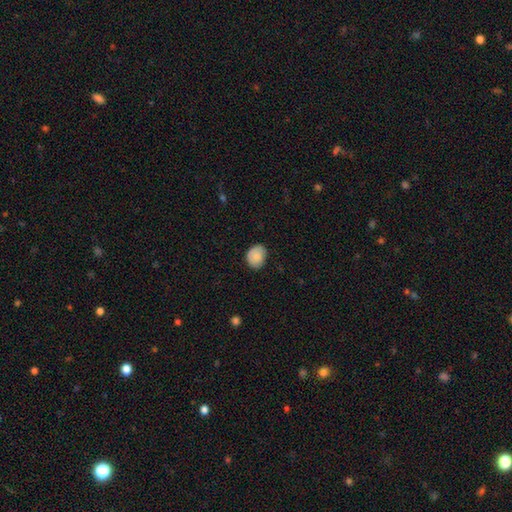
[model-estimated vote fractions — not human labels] Morphology: type=smooth (83%); roundness=round (50%); merging=none (76%).